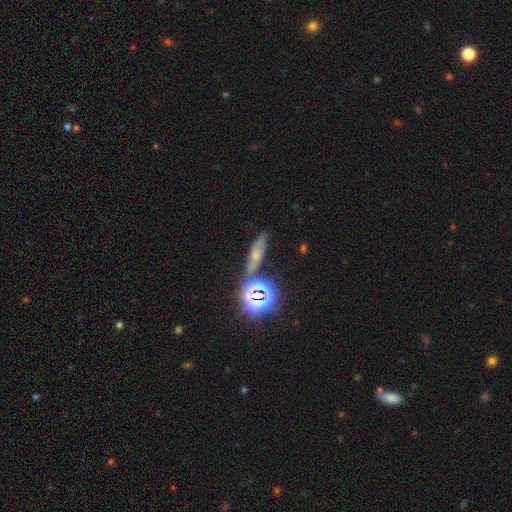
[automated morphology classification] Smooth or featured? Predicted: smooth (p=0.42). Merging? Predicted: none (p=0.71).